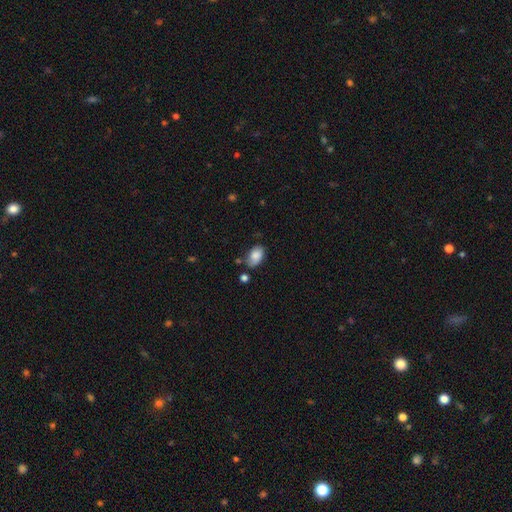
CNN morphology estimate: The model was most divided on "merging": none: 64%, minor disturbance: 24%, merger: 7%, major disturbance: 5%. More confident: how rounded — in between (91%); smooth or featured — smooth (84%).